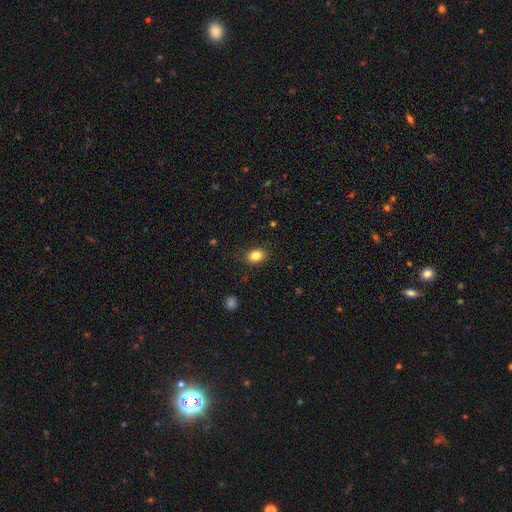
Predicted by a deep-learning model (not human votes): Smooth or featured?
  - smooth: 84% *
  - star or artifact: 10%
  - featured or disk: 7%
How rounded?
  - in between: 65% *
  - round: 34%
  - cigar-shaped: 1%
Merging?
  - none: 85% *
  - minor disturbance: 11%
  - major disturbance: 3%
  - merger: 1%